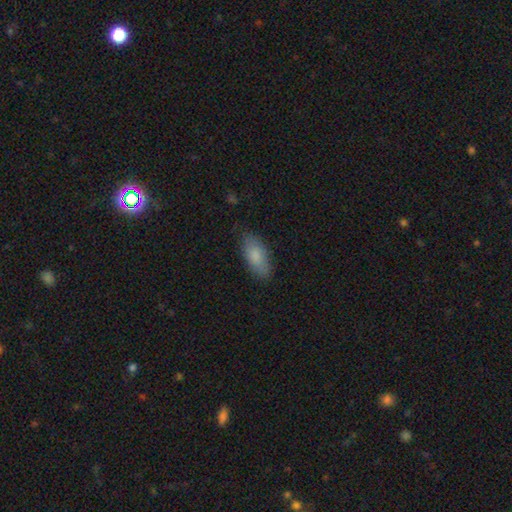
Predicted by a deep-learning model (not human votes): This appears to be a smooth galaxy with no disk features (84%) that is in between round and cigar-shaped (84%). Merging: none (80%).